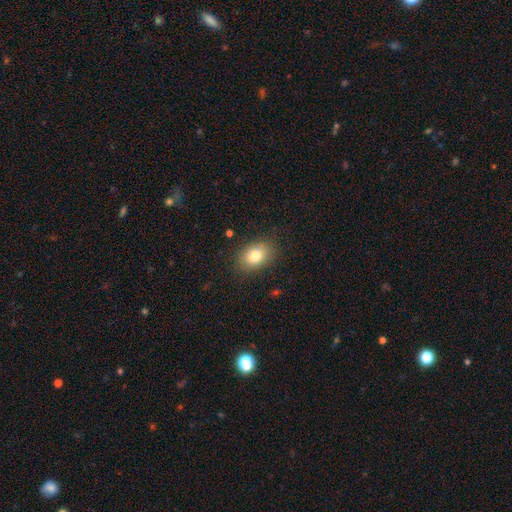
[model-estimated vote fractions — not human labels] smooth-or-featured: smooth: 81% | featured or disk: 10% | star or artifact: 9%
  how-rounded: in between: 78% | round: 21% | cigar-shaped: 1%
  merging: none: 84% | minor disturbance: 12% | major disturbance: 3% | merger: 1%